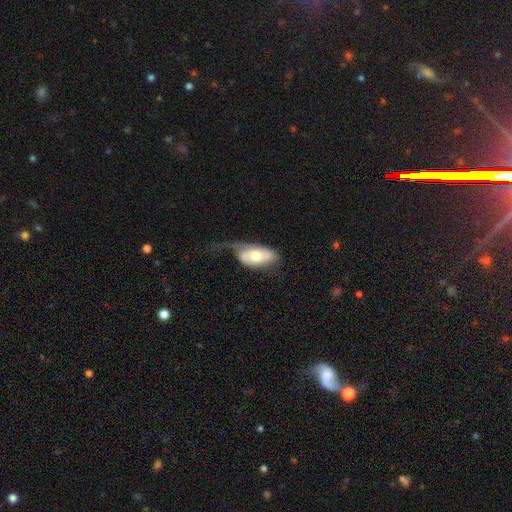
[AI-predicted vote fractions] smooth-or-featured: featured or disk: 55% | smooth: 39% | star or artifact: 5%
  disk-edge-on: no: 88% | yes: 12%
  merging: major disturbance: 41% | minor disturbance: 28% | none: 28% | merger: 3%